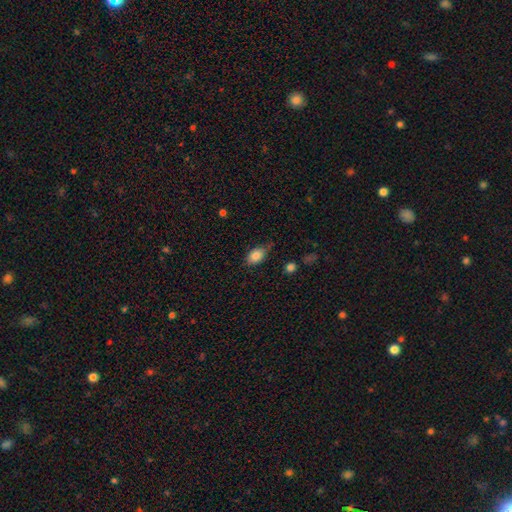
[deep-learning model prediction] Smooth or featured? smooth (83%)
How rounded? in between (82%)
Merging? none (61%)